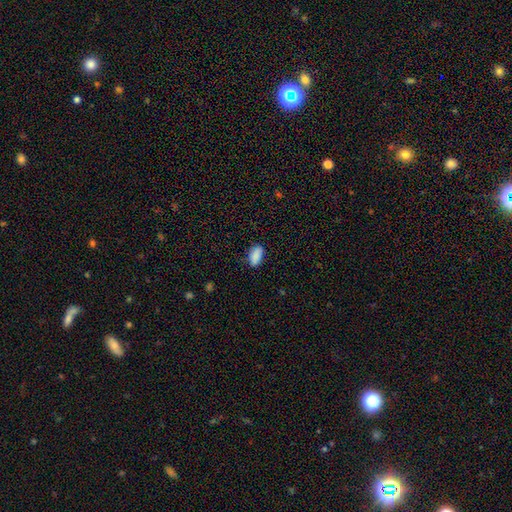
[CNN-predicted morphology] smooth_or_featured: smooth (p=0.89) [alt: star or artifact p=0.07]
how_rounded: in between (p=0.91) [alt: cigar-shaped p=0.06]
merging: none (p=0.79) [alt: minor disturbance p=0.16]